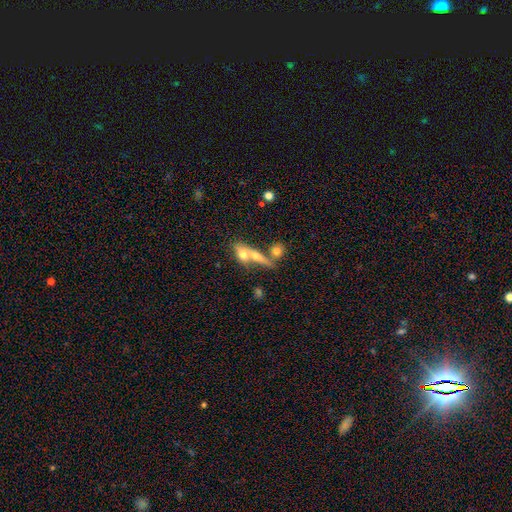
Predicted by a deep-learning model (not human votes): Q: Smooth or featured?
A: smooth (61%); runner-up: featured or disk (29%)
Q: How rounded?
A: in between (50%); runner-up: cigar-shaped (32%)
Q: Merging?
A: merger (57%); runner-up: none (27%)